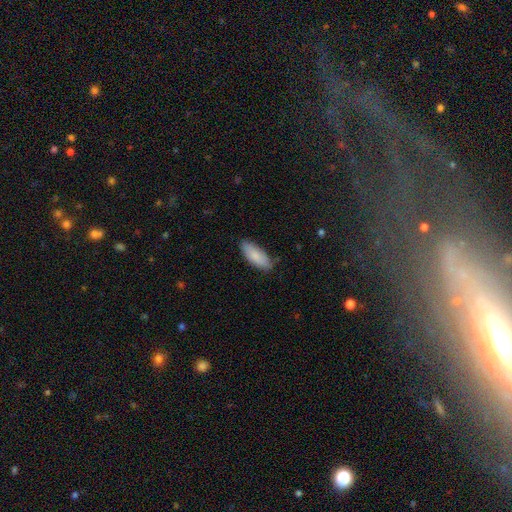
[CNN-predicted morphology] type=smooth (86%); roundness=in between (75%); merging=none (78%).